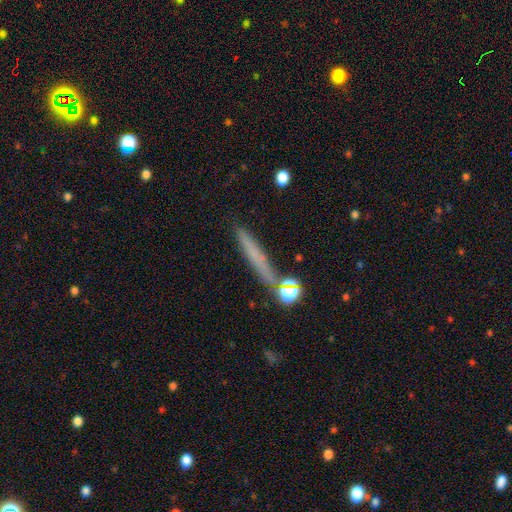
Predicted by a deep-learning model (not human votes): Smooth or featured? Predicted: smooth (p=0.61). How rounded? Predicted: cigar-shaped (p=0.92). Merging? Predicted: none (p=0.79).